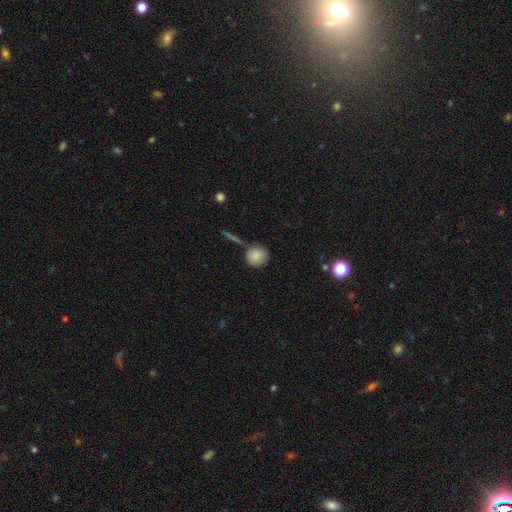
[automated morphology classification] A smooth galaxy with no disk features (86%) that is round (90%).

Vote fractions:
- Smooth or featured? smooth: 86% / star or artifact: 8% / featured or disk: 6%
- How rounded? round: 90% / in between: 8% / cigar-shaped: 2%
- Merging? none: 71% / minor disturbance: 13% / merger: 12% / major disturbance: 4%